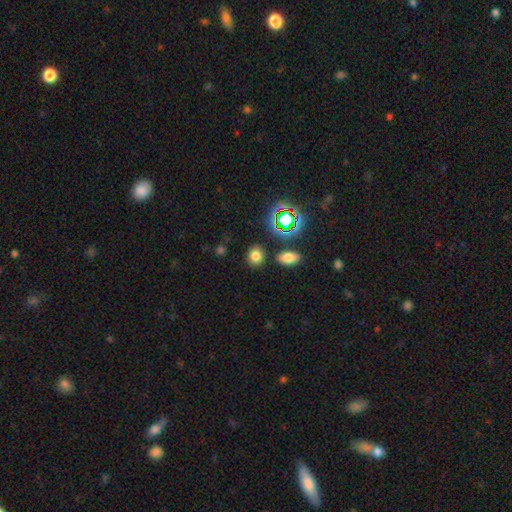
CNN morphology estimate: Smooth or featured? smooth (76%)
How rounded? round (67%)
Merging? none (83%)